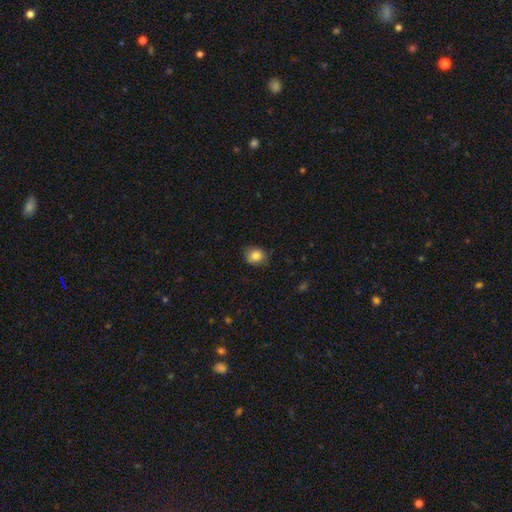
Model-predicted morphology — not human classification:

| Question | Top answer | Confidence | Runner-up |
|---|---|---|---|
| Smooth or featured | smooth | 84% | star or artifact (9%) |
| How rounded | round | 62% | in between (37%) |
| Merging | none | 78% | minor disturbance (18%) |